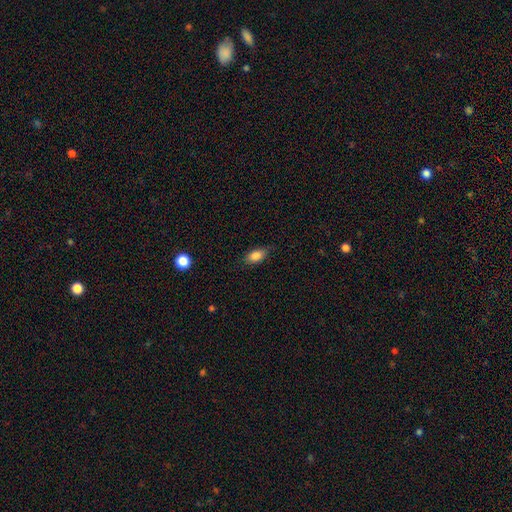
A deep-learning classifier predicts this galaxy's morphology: This is clearly a smooth galaxy (85%). How rounded: clearly in between (87%). Merging: likely none (78%).